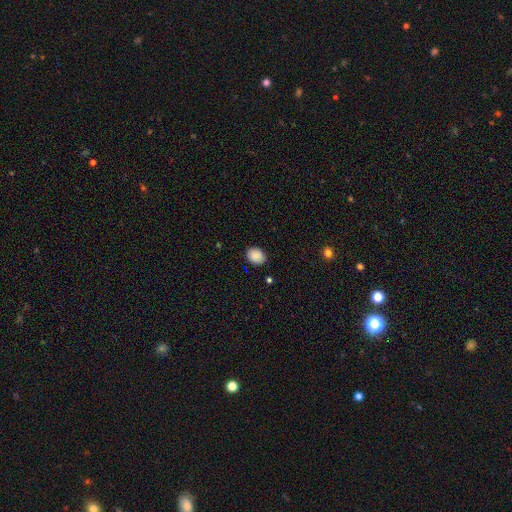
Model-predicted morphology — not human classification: smooth 89%, star or artifact 8%, featured or disk 3%. Down the decision tree: how rounded — round (52%); merging — none (87%).